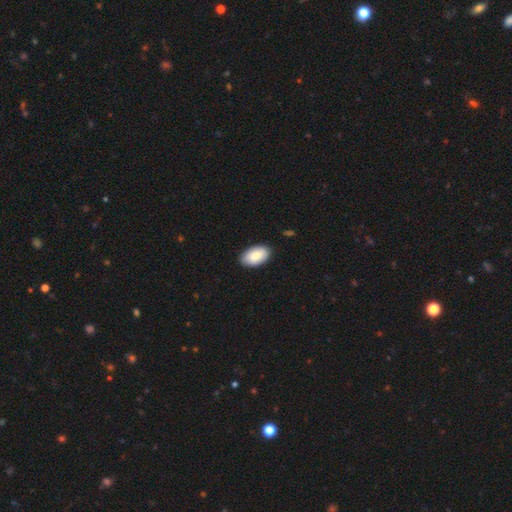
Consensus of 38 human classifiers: Smooth or featured? smooth (79%)
How rounded? in between (90%)
Merging? none (86%)